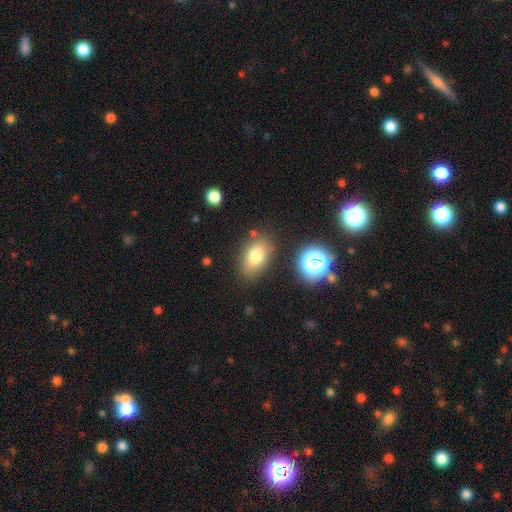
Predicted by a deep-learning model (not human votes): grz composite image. It shows a smooth galaxy with no disk features (76%) that is in between round and cigar-shaped (85%). Merging: none (79%).